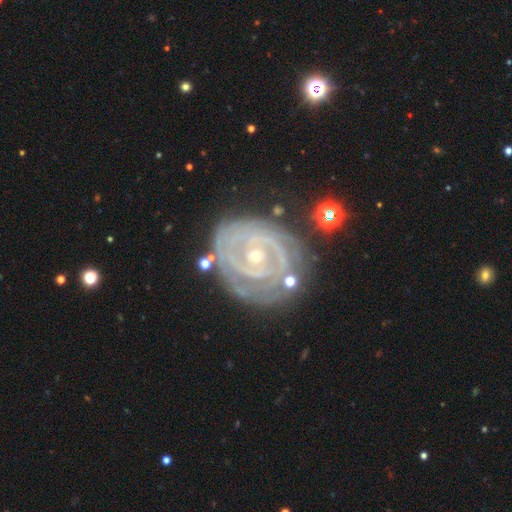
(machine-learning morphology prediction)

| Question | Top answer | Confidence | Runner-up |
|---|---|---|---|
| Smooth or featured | featured or disk | 89% | smooth (6%) |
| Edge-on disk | no | 97% | yes (3%) |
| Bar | no | 61% | weak (27%) |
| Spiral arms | yes | 95% | no (5%) |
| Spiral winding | tight | 81% | medium (16%) |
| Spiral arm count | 2 | 40% | can't tell (25%) |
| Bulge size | small | 72% | moderate (25%) |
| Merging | none | 70% | minor disturbance (18%) |